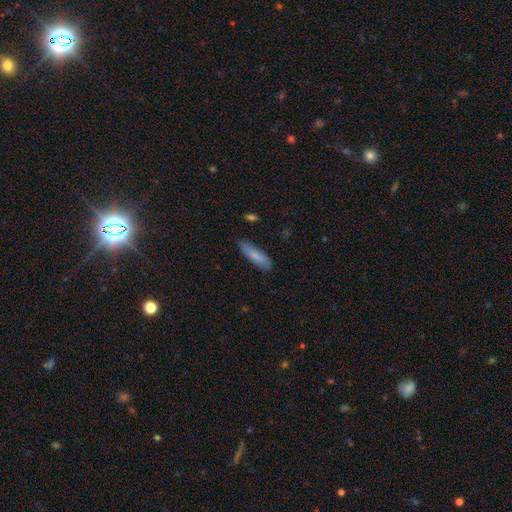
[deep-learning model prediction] Smooth or featured? Predicted: smooth (p=0.80). How rounded? Predicted: cigar-shaped (p=0.66). Merging? Predicted: none (p=0.80).